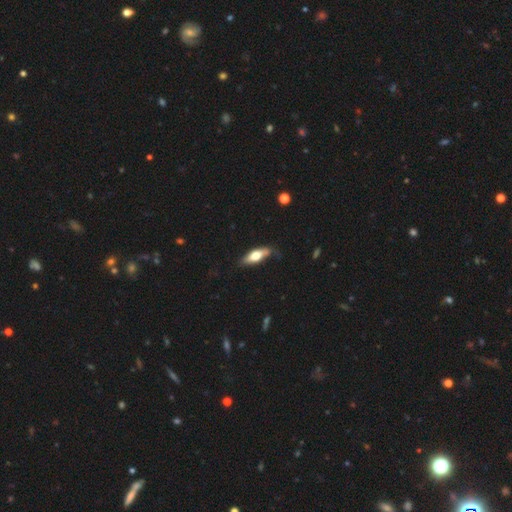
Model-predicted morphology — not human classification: The model was most divided on "smooth or featured": smooth: 54%, featured or disk: 41%, star or artifact: 5%. More confident: merging — none (67%); how rounded — in between (57%).